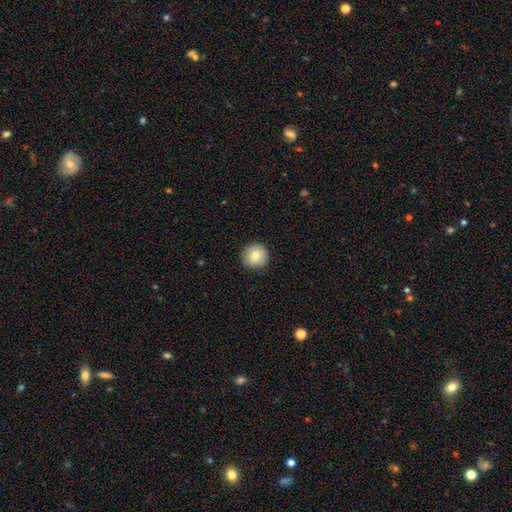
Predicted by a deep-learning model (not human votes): Smooth or featured? Predicted: smooth (p=0.80). How rounded? Predicted: round (p=0.95). Merging? Predicted: none (p=0.88).